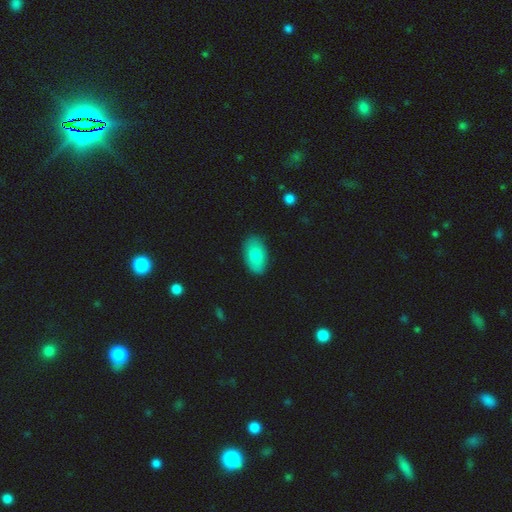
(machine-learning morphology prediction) smooth-or-featured: smooth: 83% | featured or disk: 11% | star or artifact: 6%
  how-rounded: in between: 94% | round: 5% | cigar-shaped: 2%
  merging: none: 85% | minor disturbance: 12% | major disturbance: 2% | merger: 1%